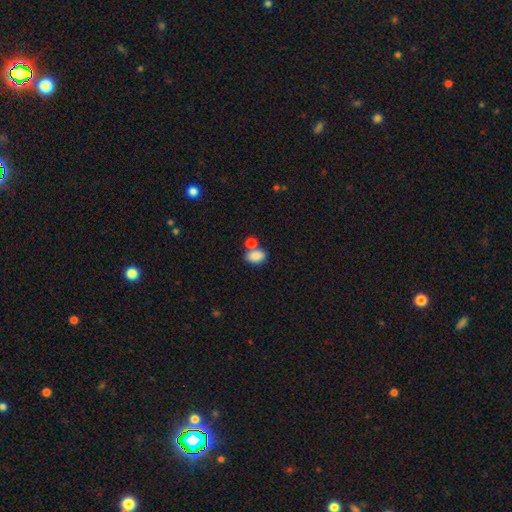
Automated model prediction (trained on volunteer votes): Smooth or featured: smooth — 85% (star or artifact — 9%)
How rounded: in between — 83% (round — 16%)
Merging: none — 51% (merger — 32%)